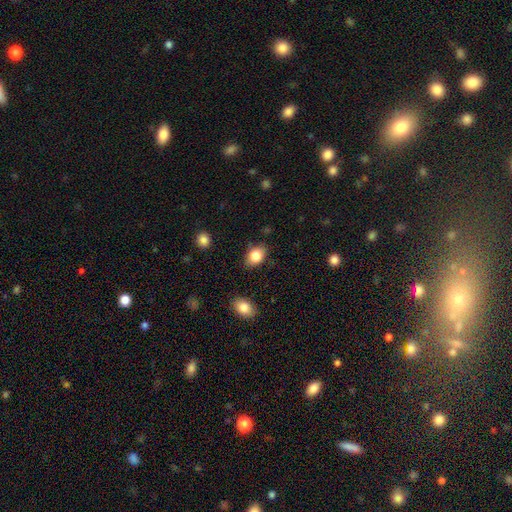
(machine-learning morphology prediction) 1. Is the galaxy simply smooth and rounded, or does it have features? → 85% smooth, 8% star or artifact, 7% featured or disk.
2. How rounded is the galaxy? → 77% in between, 21% round, 1% cigar-shaped.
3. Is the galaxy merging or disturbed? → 81% none, 14% minor disturbance, 3% major disturbance, 2% merger.